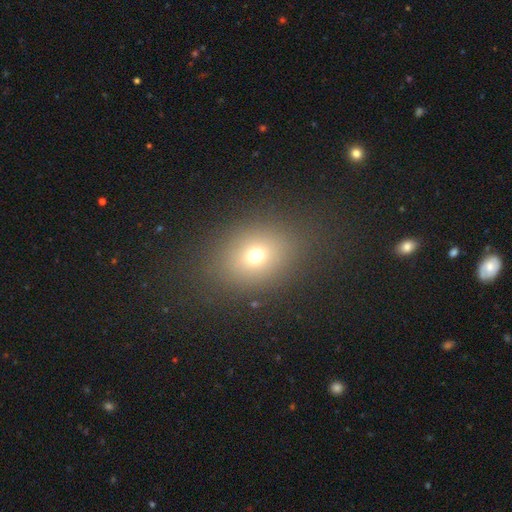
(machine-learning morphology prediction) This is likely a smooth galaxy (68%). How rounded: possibly in between (51%). Merging: clearly none (82%).